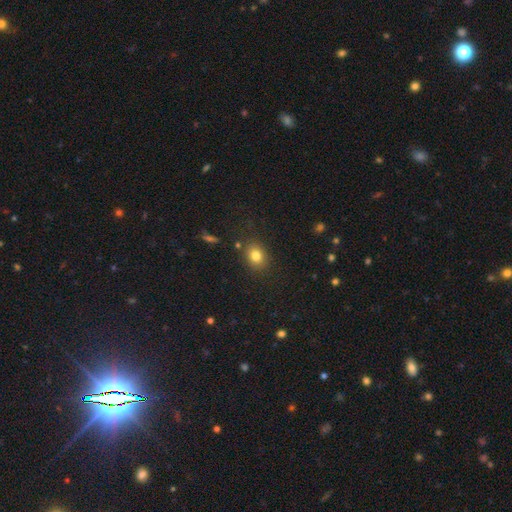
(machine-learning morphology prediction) Smooth or featured: smooth — 81% (star or artifact — 12%)
How rounded: round — 52% (in between — 47%)
Merging: none — 83% (minor disturbance — 11%)